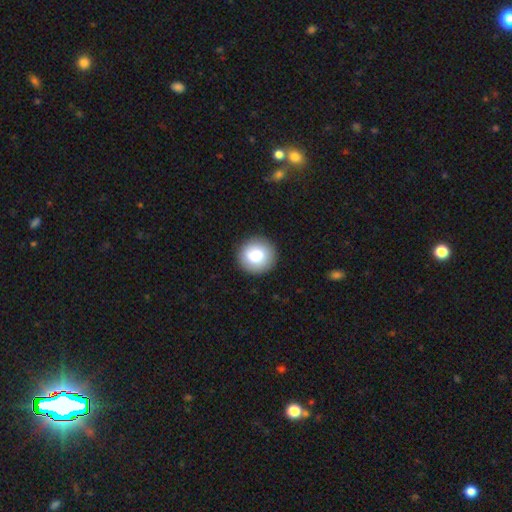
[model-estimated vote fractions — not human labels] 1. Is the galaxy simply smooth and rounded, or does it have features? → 82% smooth, 10% featured or disk, 8% star or artifact.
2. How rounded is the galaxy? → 93% round, 6% in between, 1% cigar-shaped.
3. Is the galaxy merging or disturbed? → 91% none, 6% minor disturbance, 2% major disturbance, 1% merger.